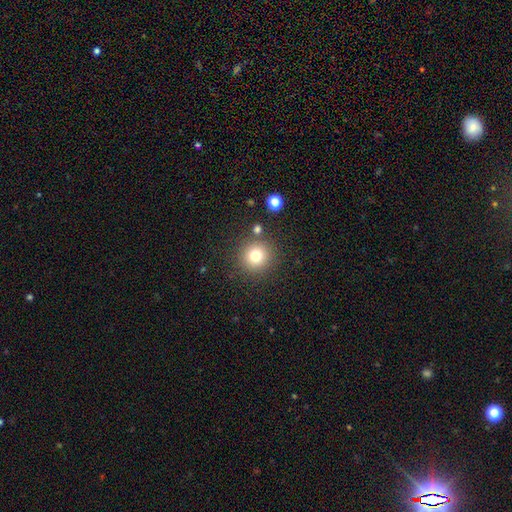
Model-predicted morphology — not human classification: smooth 77%, star or artifact 14%, featured or disk 9%. Down the decision tree: how rounded — round (95%); merging — none (85%).